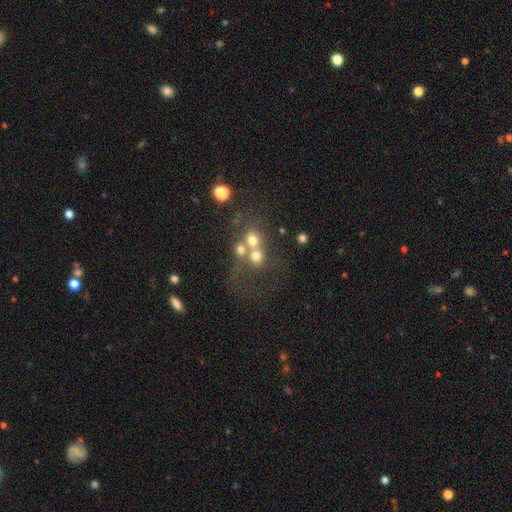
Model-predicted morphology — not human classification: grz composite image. It shows a smooth galaxy with no disk features (61%) that is round (78%). Merging: merger (53%).